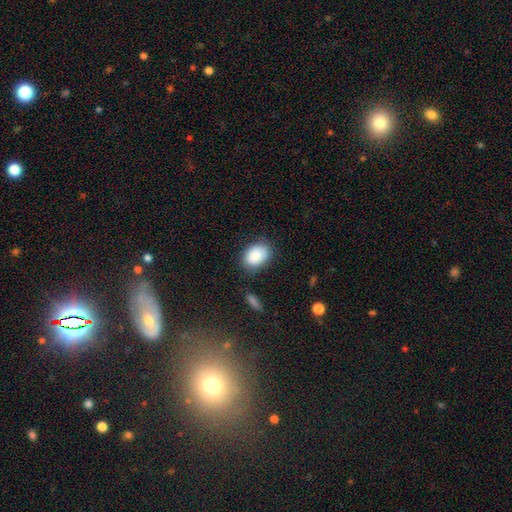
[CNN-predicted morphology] Smooth or featured? Predicted: smooth (p=0.88). How rounded? Predicted: in between (p=0.77). Merging? Predicted: none (p=0.76).